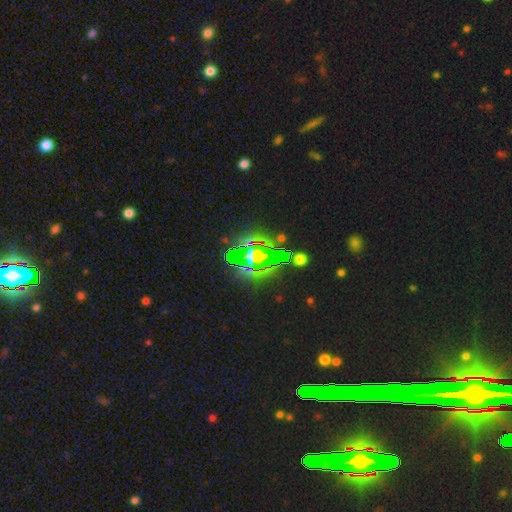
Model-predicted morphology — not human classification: Overall: star or artifact (58%; featured or disk 23%).